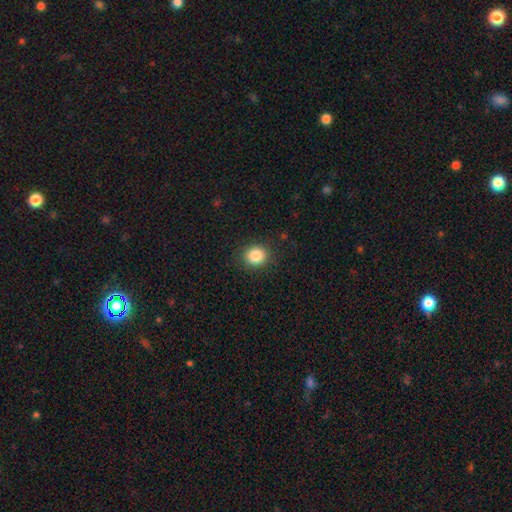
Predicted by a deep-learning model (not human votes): smooth_or_featured: smooth (p=0.86) [alt: star or artifact p=0.10]
how_rounded: round (p=0.80) [alt: in between p=0.20]
merging: none (p=0.89) [alt: minor disturbance p=0.08]